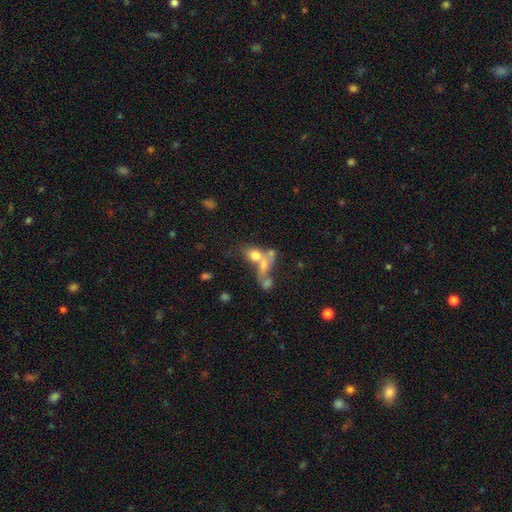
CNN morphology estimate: smooth_or_featured: smooth (p=0.61) [alt: featured or disk p=0.26]
how_rounded: in between (p=0.57) [alt: round p=0.36]
merging: merger (p=0.59) [alt: none p=0.23]